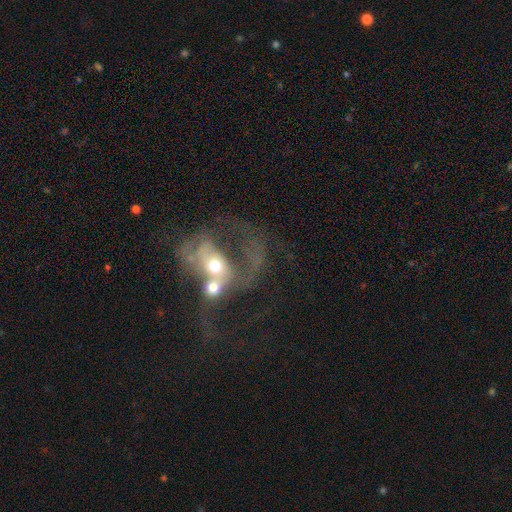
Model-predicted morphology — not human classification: Overall: featured or disk (69%). Edge-on disk: no (96%). Bar: no (70%). Spiral arms: yes (58%; no 42%). Bulge size: moderate (62%; small 26%). Merging: merger (70%).